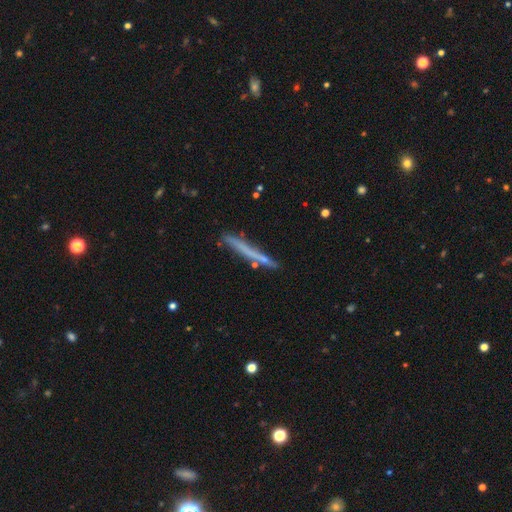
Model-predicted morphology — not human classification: smooth 53%, featured or disk 40%, star or artifact 7%. Down the decision tree: how rounded — cigar-shaped (97%); merging — none (80%).